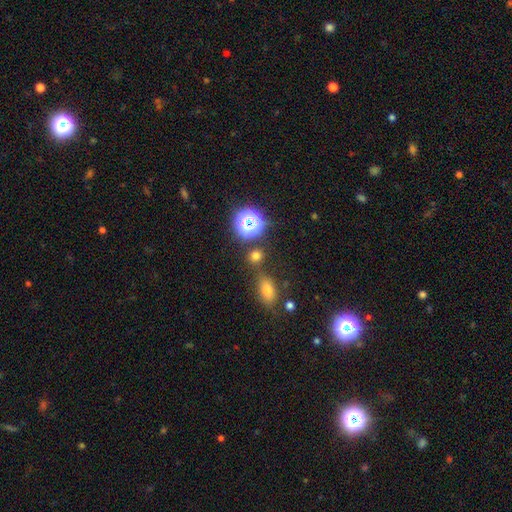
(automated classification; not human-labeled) Morphology: type=smooth (66%); roundness=round (80%); merging=none (76%).